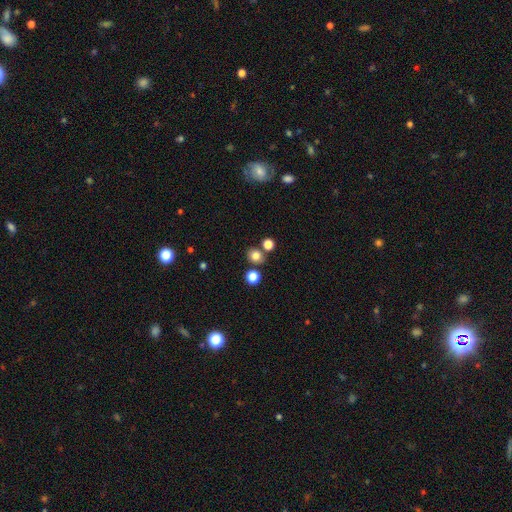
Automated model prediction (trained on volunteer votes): smooth_or_featured: smooth (p=0.79) [alt: star or artifact p=0.15]
how_rounded: round (p=0.78) [alt: in between p=0.21]
merging: none (p=0.76) [alt: merger p=0.14]